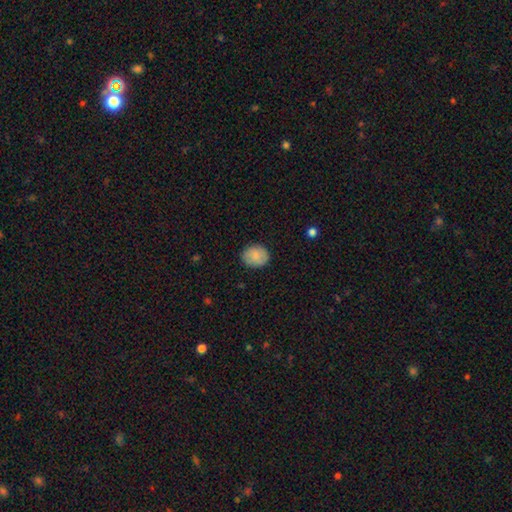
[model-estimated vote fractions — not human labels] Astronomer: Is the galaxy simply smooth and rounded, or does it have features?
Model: smooth — 86%.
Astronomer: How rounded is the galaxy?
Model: round — 60% (runner-up: in between, 39%).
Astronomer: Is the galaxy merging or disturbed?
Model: none — 85%.